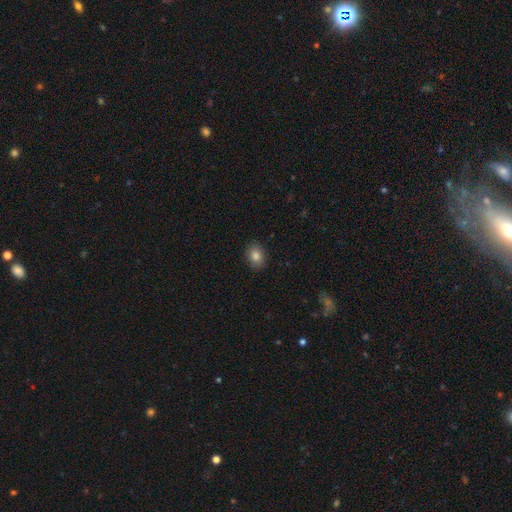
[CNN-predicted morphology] smooth 84%, star or artifact 9%, featured or disk 6%. Down the decision tree: how rounded — in between (57%); merging — none (88%).